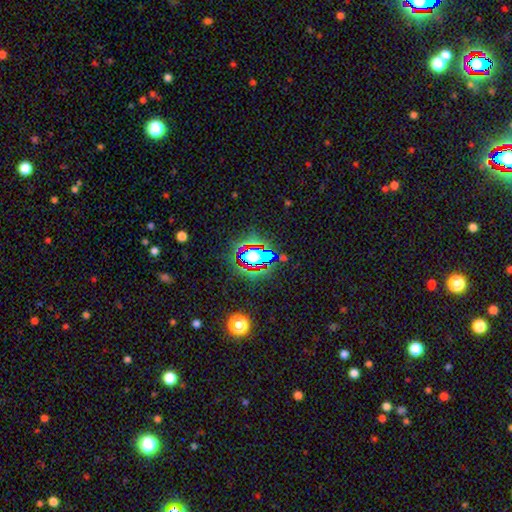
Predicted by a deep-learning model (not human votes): smooth-or-featured: star or artifact: 57% | smooth: 28% | featured or disk: 15%